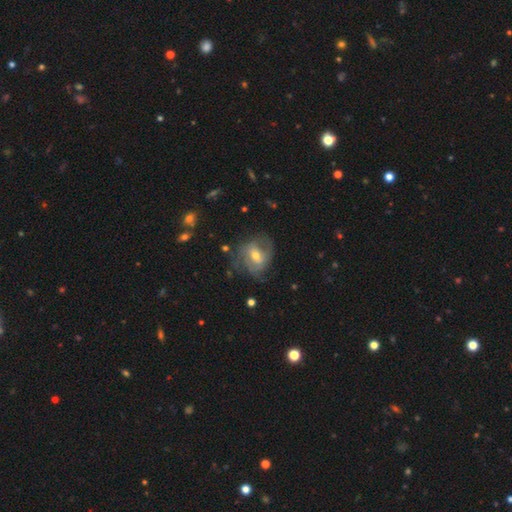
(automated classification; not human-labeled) featured or disk 72%, smooth 20%, star or artifact 8%. Down the decision tree: edge-on disk — no (97%); bar — weak (46%); spiral arms — yes (85%); spiral arm count — 2 (40%); spiral winding — medium (44%); bulge size — moderate (63%); merging — none (60%).